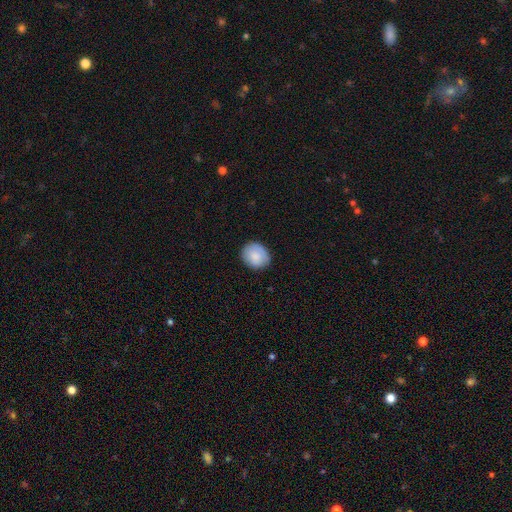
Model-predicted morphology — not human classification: smooth 83%, featured or disk 10%, star or artifact 7%. Down the decision tree: how rounded — round (70%); merging — none (82%).